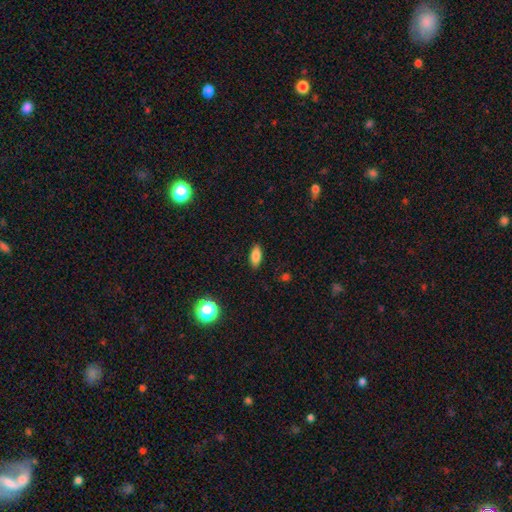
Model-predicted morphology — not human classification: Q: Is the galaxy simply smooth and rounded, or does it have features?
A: smooth — 83%.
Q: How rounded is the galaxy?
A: in between — 83%.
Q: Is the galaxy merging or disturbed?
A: none — 87%.